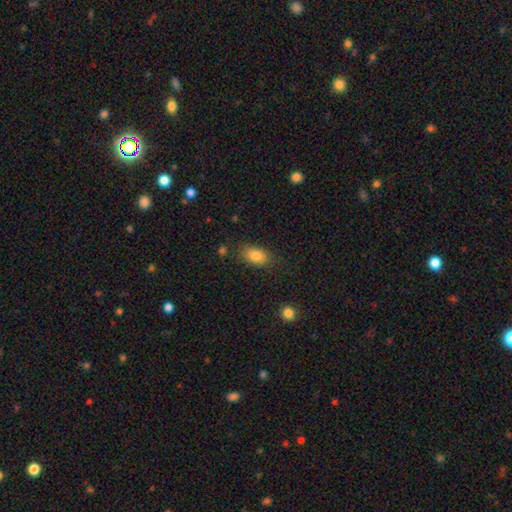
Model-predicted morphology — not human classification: The model was most divided on "merging": none: 78%, minor disturbance: 15%, major disturbance: 5%, merger: 3%. More confident: how rounded — in between (87%); smooth or featured — smooth (83%).